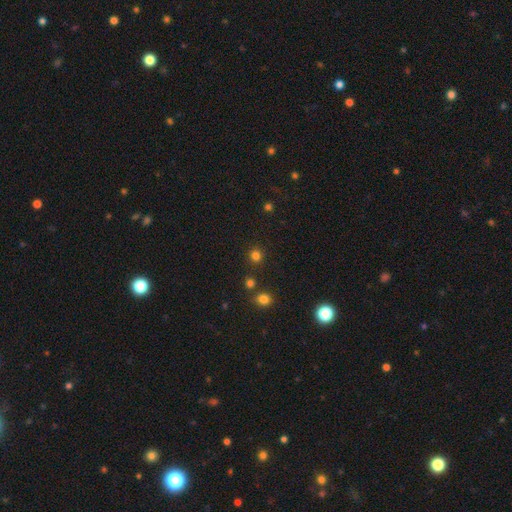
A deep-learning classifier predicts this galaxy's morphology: The model was most divided on "smooth or featured": smooth: 79%, star or artifact: 17%, featured or disk: 4%. More confident: how rounded — round (93%); merging — none (88%).